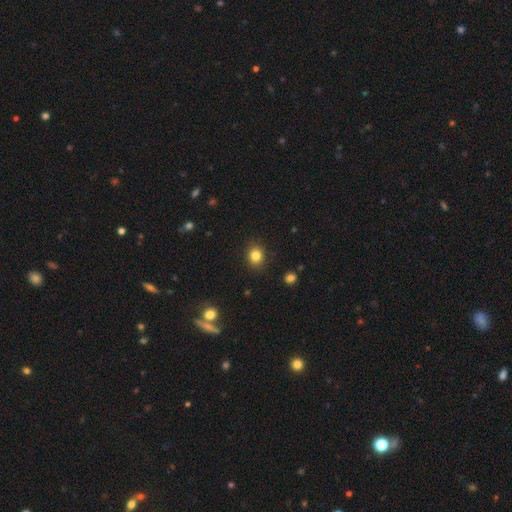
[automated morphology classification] smooth_or_featured: smooth (p=0.83) [alt: star or artifact p=0.12]
how_rounded: round (p=0.76) [alt: in between p=0.23]
merging: none (p=0.89) [alt: minor disturbance p=0.07]